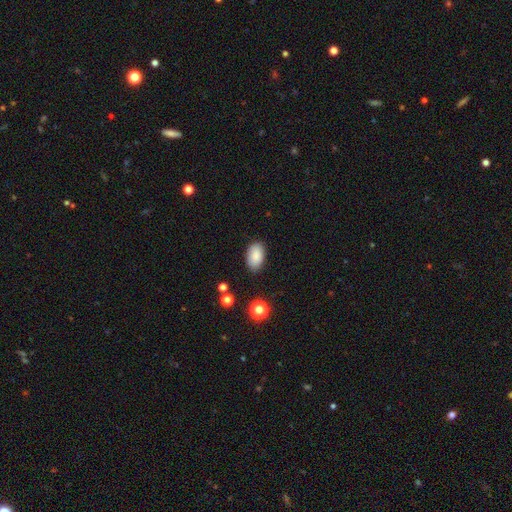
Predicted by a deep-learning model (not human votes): This is clearly a smooth galaxy (87%). How rounded: clearly in between (92%). Merging: clearly none (84%).